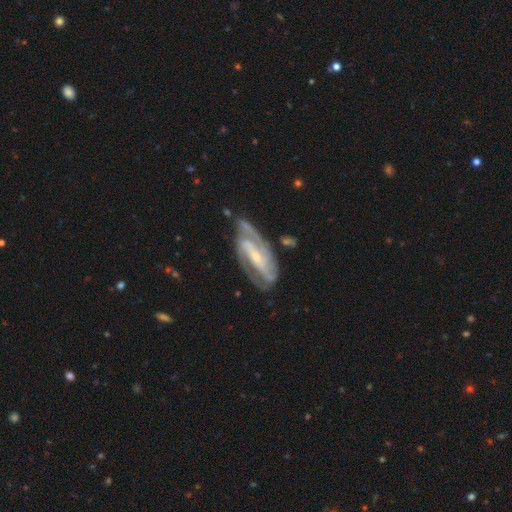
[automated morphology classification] type=featured or disk (91%); edge-on=no (94%); bar=strong (50%); spiral arms=yes (97%); winding=tight (45%); arm count=2 (78%); bulge=small (71%); merging=none (73%).